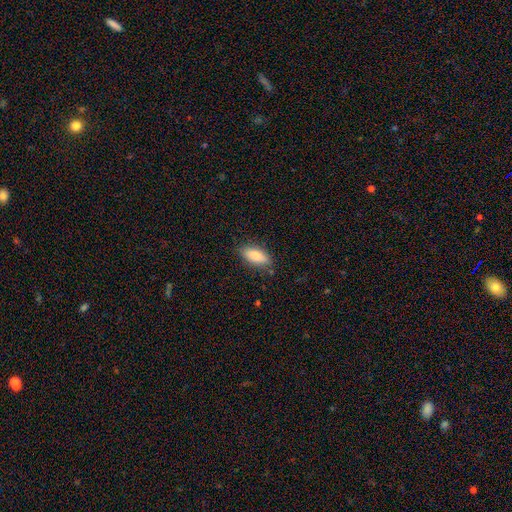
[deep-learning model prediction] This is clearly a smooth galaxy (83%). How rounded: likely in between (77%). Merging: clearly none (84%).